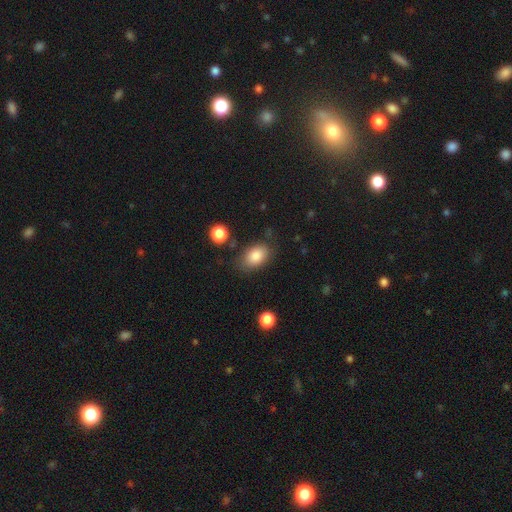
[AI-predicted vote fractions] Smooth or featured? smooth (84%)
How rounded? in between (86%)
Merging? none (75%)